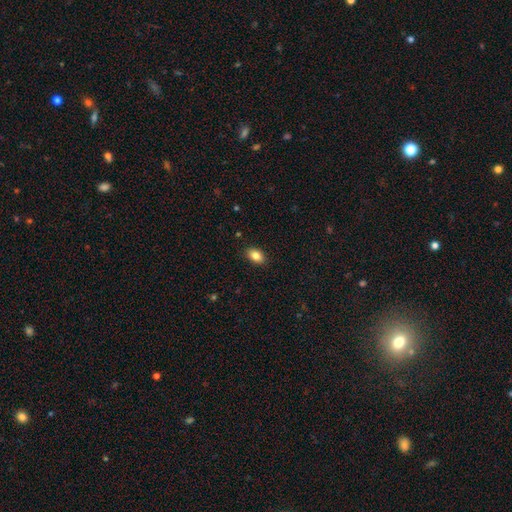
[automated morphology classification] Smooth or featured?
  - smooth: 86% *
  - star or artifact: 8%
  - featured or disk: 6%
How rounded?
  - in between: 88% *
  - round: 10%
  - cigar-shaped: 2%
Merging?
  - none: 89% *
  - minor disturbance: 8%
  - major disturbance: 2%
  - merger: 1%